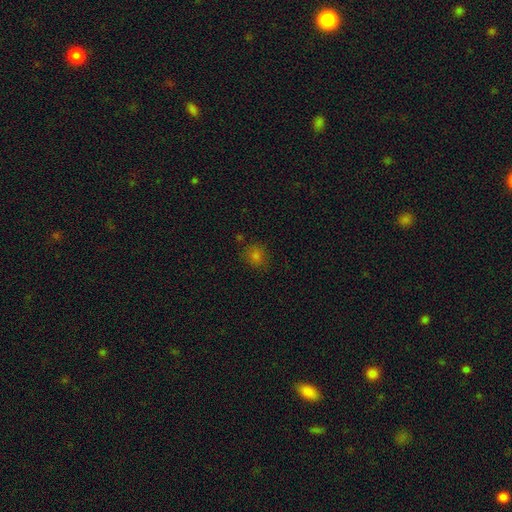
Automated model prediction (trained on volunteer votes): This is likely a smooth galaxy (74%). How rounded: likely round (73%). Merging: clearly none (80%).